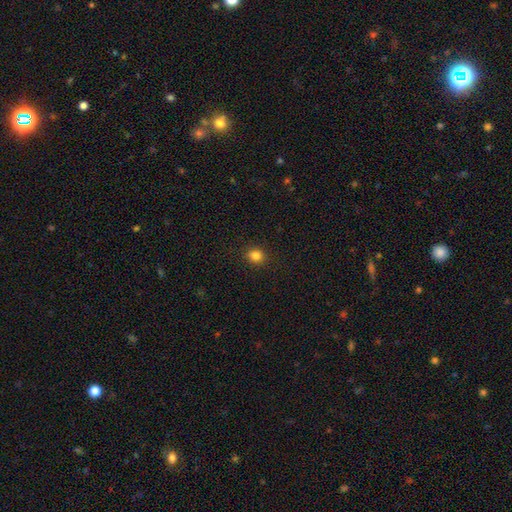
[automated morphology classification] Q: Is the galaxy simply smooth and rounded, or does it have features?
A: smooth — 83%.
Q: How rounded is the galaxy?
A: round — 74%.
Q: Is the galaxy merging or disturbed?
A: none — 91%.